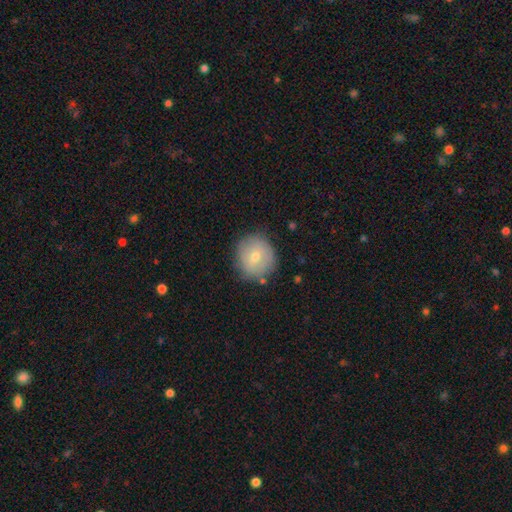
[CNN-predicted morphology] smooth-or-featured: smooth: 66% | featured or disk: 25% | star or artifact: 10%
  how-rounded: round: 88% | in between: 11% | cigar-shaped: 1%
  merging: none: 82% | minor disturbance: 13% | major disturbance: 3% | merger: 2%